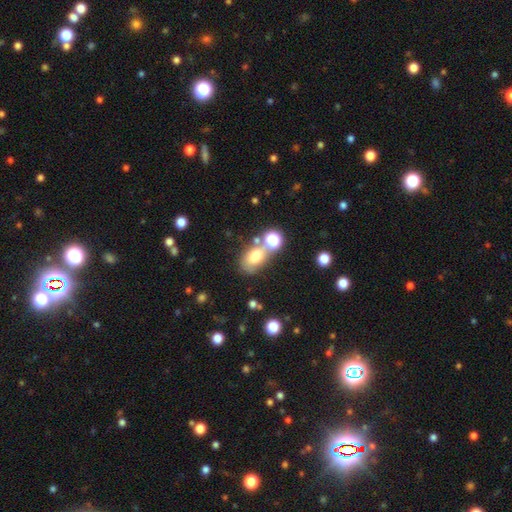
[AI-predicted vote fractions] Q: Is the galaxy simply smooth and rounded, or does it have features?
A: smooth — 69%.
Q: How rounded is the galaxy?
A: in between — 76%.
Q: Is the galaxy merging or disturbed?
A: none — 50%.